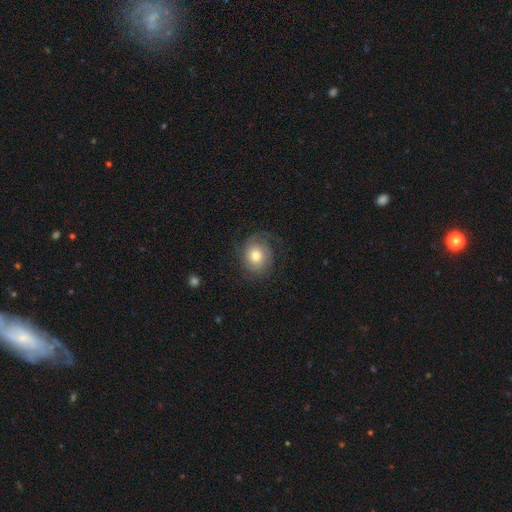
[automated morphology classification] A featured or disk galaxy (57%) with no bar (81%), spiral arms (87%) and a moderate central bulge (66%). Merging: none (68%).